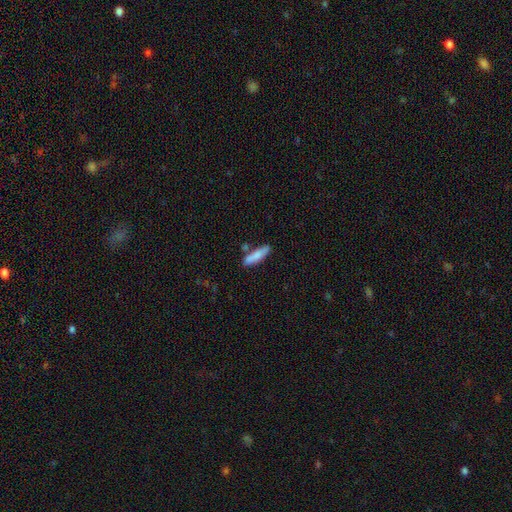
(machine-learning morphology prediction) Smooth or featured? Predicted: smooth (p=0.80). How rounded? Predicted: cigar-shaped (p=0.69). Merging? Predicted: none (p=0.71).